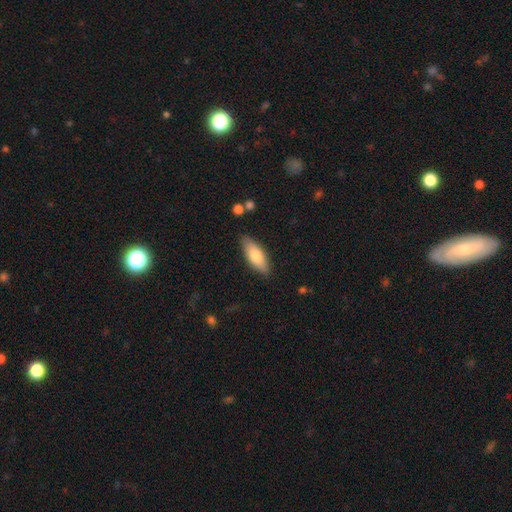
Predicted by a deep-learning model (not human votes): Smooth or featured?
  - smooth: 74% *
  - featured or disk: 20%
  - star or artifact: 6%
How rounded?
  - in between: 71% *
  - cigar-shaped: 27%
  - round: 2%
Merging?
  - none: 85% *
  - minor disturbance: 11%
  - major disturbance: 2%
  - merger: 2%